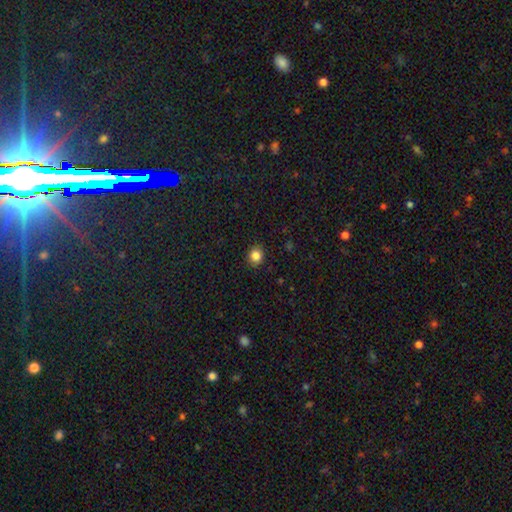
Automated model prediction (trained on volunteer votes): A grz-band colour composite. It shows a smooth galaxy with no disk features (84%) that is round (78%). Merging: none (90%).